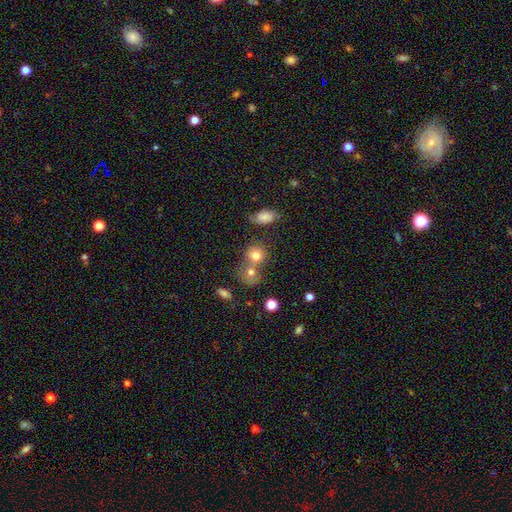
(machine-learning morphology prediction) Smooth or featured: smooth — 74% (featured or disk — 13%)
How rounded: round — 76% (in between — 23%)
Merging: merger — 46% (none — 40%)